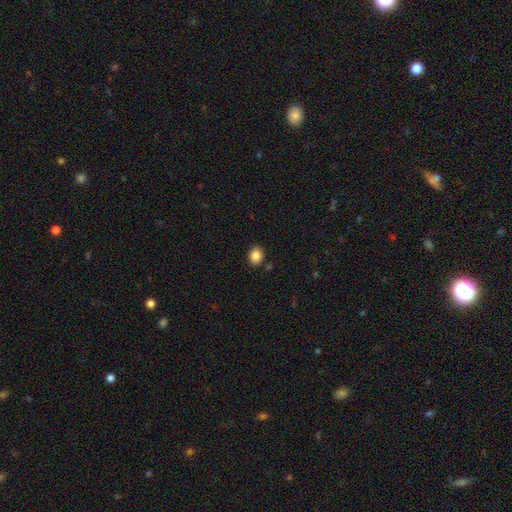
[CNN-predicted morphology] Q: Smooth or featured?
A: smooth (87%); runner-up: star or artifact (9%)
Q: How rounded?
A: in between (56%); runner-up: round (43%)
Q: Merging?
A: none (86%); runner-up: minor disturbance (9%)